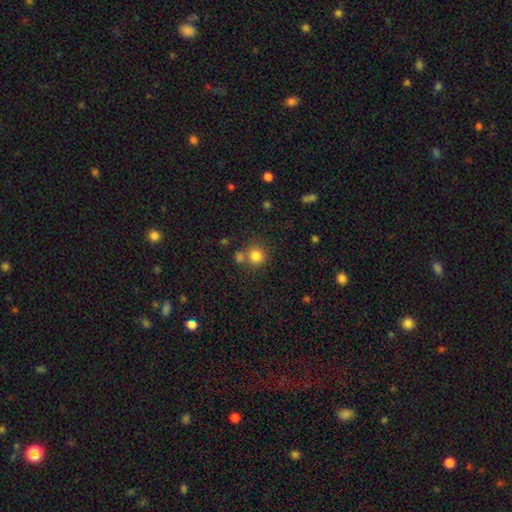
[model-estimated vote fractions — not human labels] This appears to be a smooth galaxy with no disk features (82%) that is round (89%). Merging: none (66%).